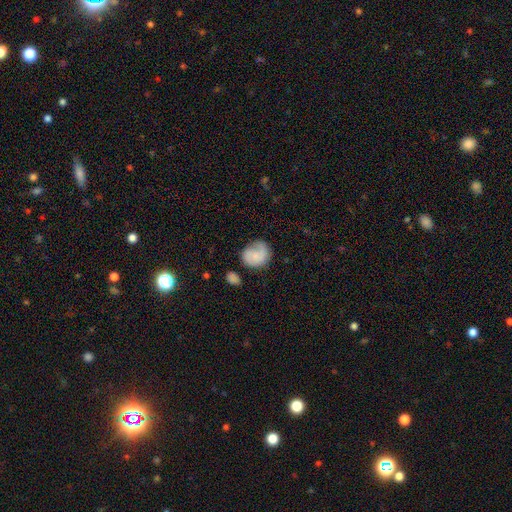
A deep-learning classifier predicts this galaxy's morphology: type=smooth (63%); roundness=round (67%); merging=none (52%).